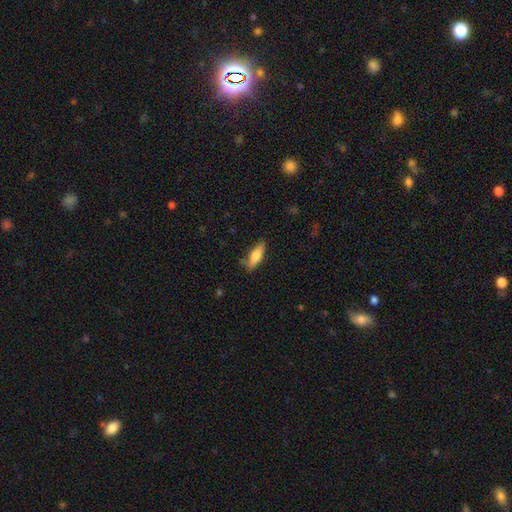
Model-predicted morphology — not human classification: Smooth or featured?
  - smooth: 75% *
  - featured or disk: 19%
  - star or artifact: 6%
How rounded?
  - in between: 55% *
  - cigar-shaped: 43%
  - round: 2%
Merging?
  - none: 73% *
  - minor disturbance: 21%
  - major disturbance: 4%
  - merger: 2%